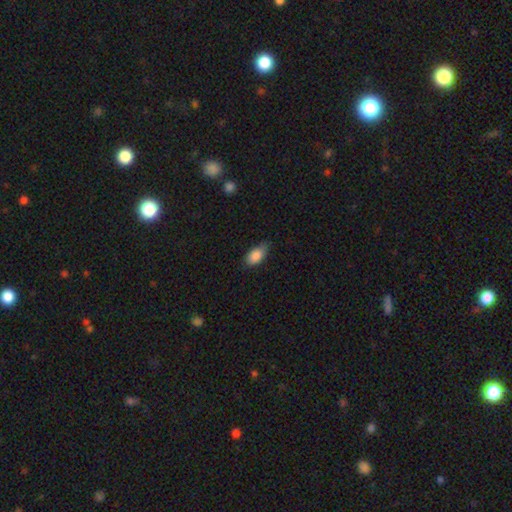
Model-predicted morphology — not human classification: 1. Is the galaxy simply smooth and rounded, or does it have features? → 87% smooth, 7% star or artifact, 6% featured or disk.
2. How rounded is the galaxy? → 90% in between, 5% cigar-shaped, 5% round.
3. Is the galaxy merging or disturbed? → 67% none, 28% minor disturbance, 4% major disturbance, 1% merger.